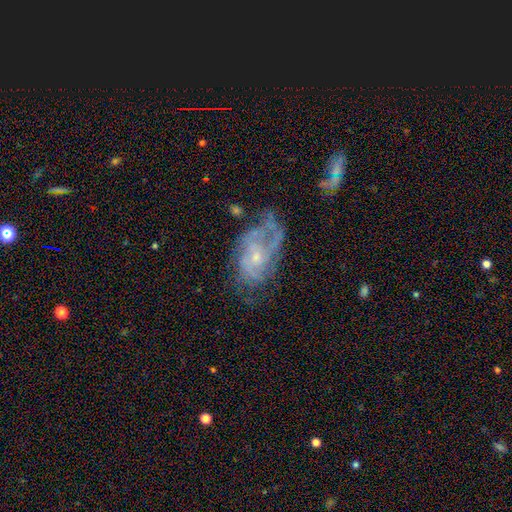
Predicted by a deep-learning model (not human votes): featured or disk 76%, smooth 15%, star or artifact 9%. Down the decision tree: edge-on disk — no (96%); bar — no (69%); spiral arms — yes (80%); spiral arm count — can't tell (43%); spiral winding — tight (42%); bulge size — small (68%); merging — none (46%).